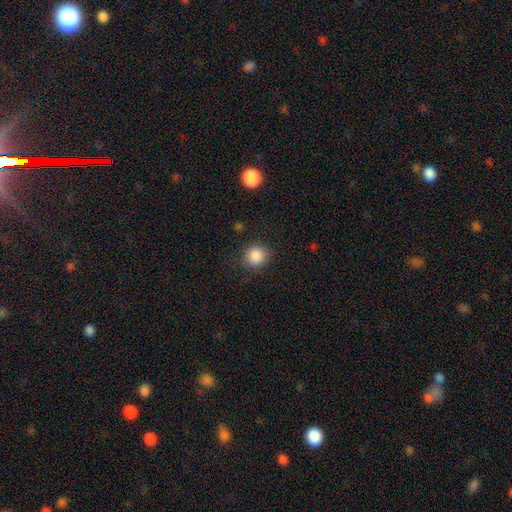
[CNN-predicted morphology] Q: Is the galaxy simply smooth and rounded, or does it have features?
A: smooth — 87%.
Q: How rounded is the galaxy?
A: round — 89%.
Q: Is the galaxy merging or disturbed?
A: none — 84%.